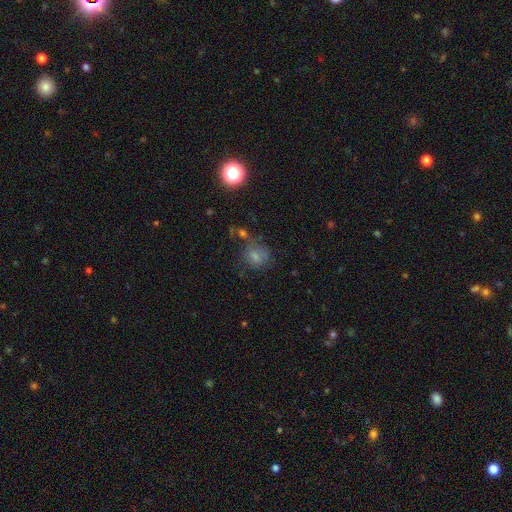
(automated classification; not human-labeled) smooth_or_featured: smooth (p=0.68) [alt: featured or disk p=0.16]
how_rounded: round (p=0.61) [alt: in between p=0.38]
merging: none (p=0.54) [alt: minor disturbance p=0.21]